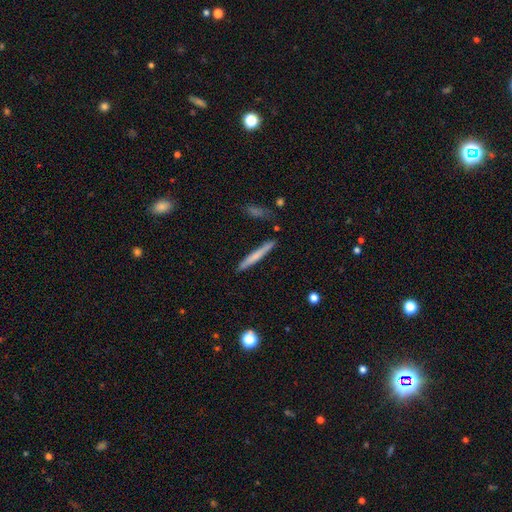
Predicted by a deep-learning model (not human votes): This is likely a smooth galaxy (62%). How rounded: clearly cigar-shaped (96%). Merging: clearly none (87%).